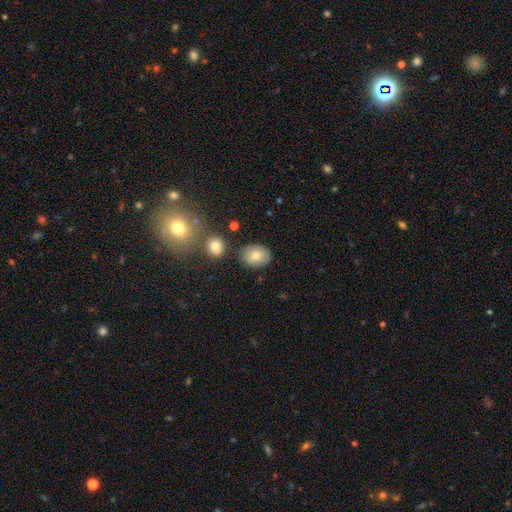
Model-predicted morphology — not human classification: This appears to be a smooth galaxy with no disk features (80%) that is in between round and cigar-shaped (68%). Merging: none (82%).